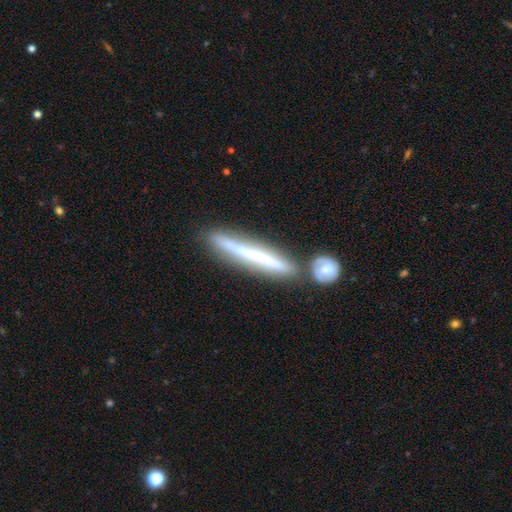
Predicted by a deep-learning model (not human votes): Smooth or featured: featured or disk — 55% (smooth — 39%)
Edge-on disk: yes — 88% (no — 12%)
Merging: none — 66% (merger — 17%)